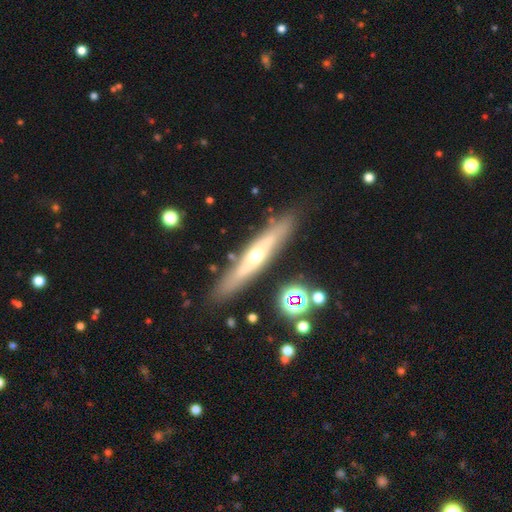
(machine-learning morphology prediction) This appears to be a featured or disk galaxy (62%) viewed edge-on (81%). Merging: none (84%).